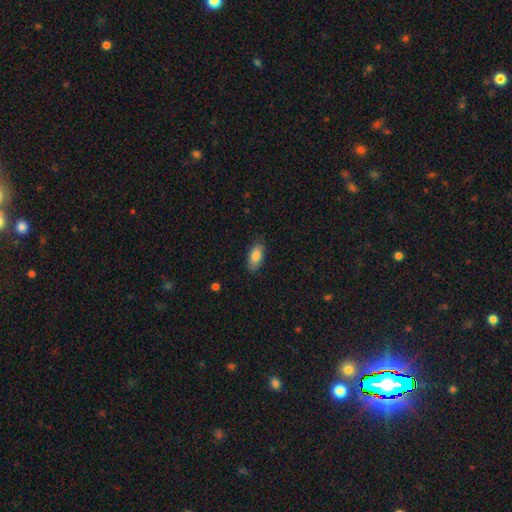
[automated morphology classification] Smooth or featured? smooth (84%)
How rounded? in between (88%)
Merging? none (82%)